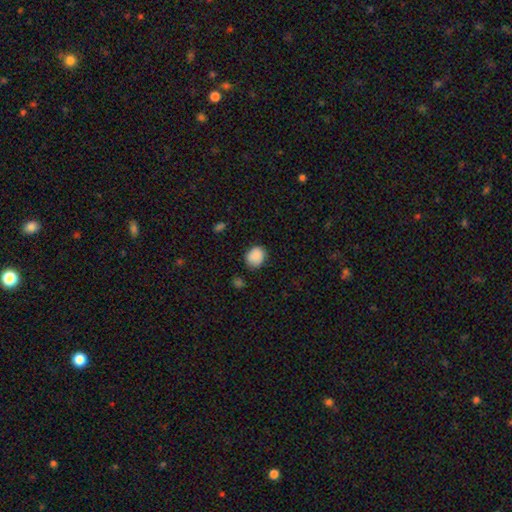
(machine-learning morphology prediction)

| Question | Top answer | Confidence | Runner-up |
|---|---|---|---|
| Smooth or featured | smooth | 88% | star or artifact (8%) |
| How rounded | round | 63% | in between (36%) |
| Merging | none | 79% | minor disturbance (16%) |